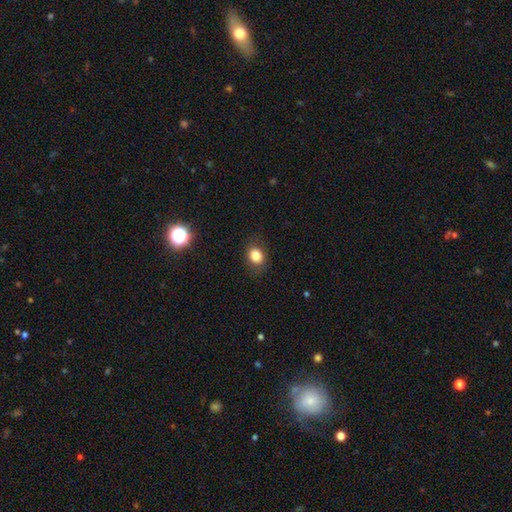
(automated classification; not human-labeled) Smooth or featured? Predicted: smooth (p=0.82). How rounded? Predicted: round (p=0.50). Merging? Predicted: none (p=0.82).